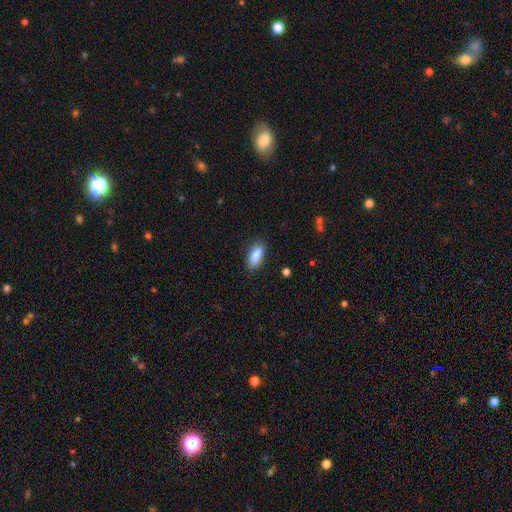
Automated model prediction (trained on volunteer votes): Overall: smooth (88%). How rounded: in between (83%). Merging: none (86%).